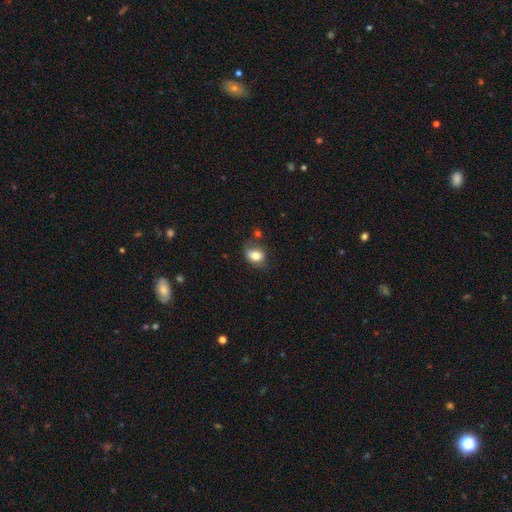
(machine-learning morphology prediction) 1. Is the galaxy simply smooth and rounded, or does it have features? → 78% smooth, 14% featured or disk, 9% star or artifact.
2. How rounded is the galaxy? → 71% in between, 27% round, 1% cigar-shaped.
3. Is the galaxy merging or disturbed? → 57% none, 25% minor disturbance, 9% merger, 9% major disturbance.